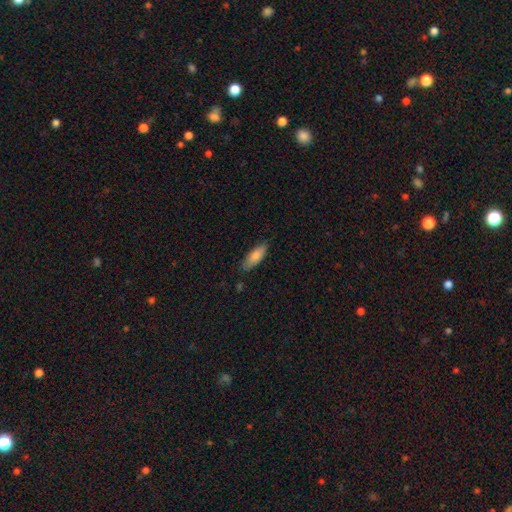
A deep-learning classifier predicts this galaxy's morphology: Smooth or featured?
  - smooth: 82% *
  - featured or disk: 12%
  - star or artifact: 6%
How rounded?
  - in between: 66% *
  - cigar-shaped: 33%
  - round: 2%
Merging?
  - none: 79% *
  - minor disturbance: 17%
  - major disturbance: 3%
  - merger: 1%